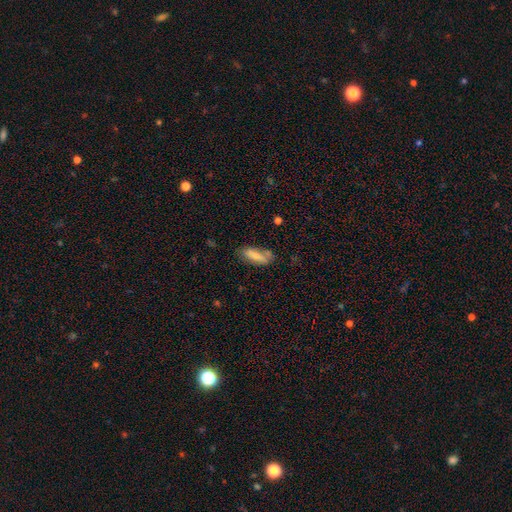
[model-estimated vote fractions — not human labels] Smooth or featured: smooth — 78% (featured or disk — 15%)
How rounded: in between — 63% (cigar-shaped — 35%)
Merging: none — 60% (minor disturbance — 23%)